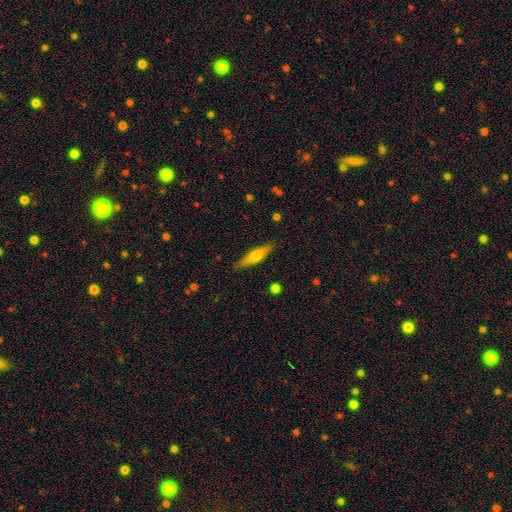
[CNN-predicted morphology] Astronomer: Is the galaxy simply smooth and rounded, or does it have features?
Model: smooth — 51% (runner-up: featured or disk, 43%).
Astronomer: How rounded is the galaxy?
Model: cigar-shaped — 77%.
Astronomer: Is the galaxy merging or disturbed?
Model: none — 87%.